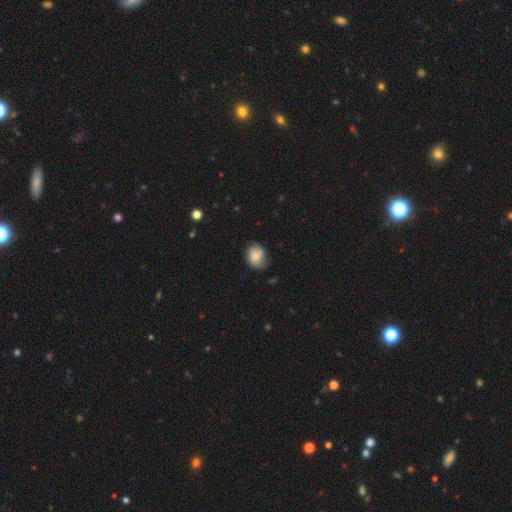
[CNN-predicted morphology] A smooth galaxy with no disk features (77%) that is in between round and cigar-shaped (53%).

Vote fractions:
- Smooth or featured? smooth: 77% / featured or disk: 16% / star or artifact: 8%
- How rounded? in between: 53% / round: 46% / cigar-shaped: 1%
- Merging? none: 63% / minor disturbance: 29% / major disturbance: 7% / merger: 1%